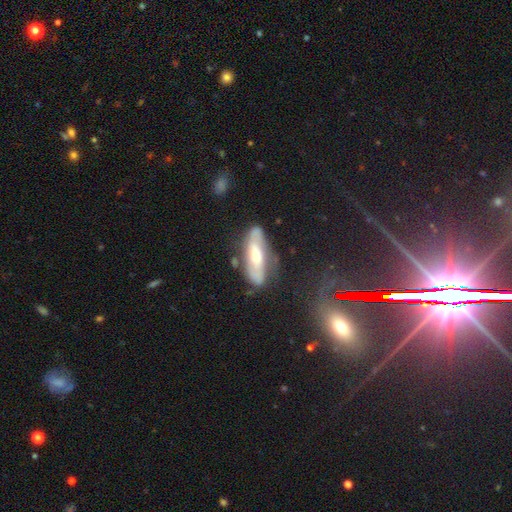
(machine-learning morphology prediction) A featured or disk galaxy (60%).

Vote fractions:
- Smooth or featured? featured or disk: 60% / smooth: 33% / star or artifact: 7%
- Edge-on disk? no: 76% / yes: 24%
- Merging? none: 66% / minor disturbance: 21% / major disturbance: 8% / merger: 4%